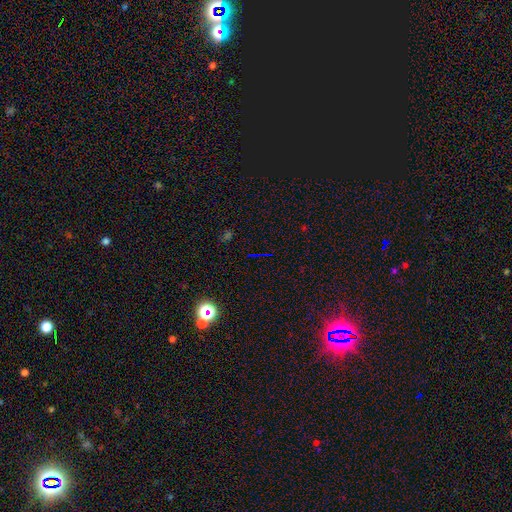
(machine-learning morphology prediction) Smooth or featured: star or artifact — 72% (smooth — 16%)